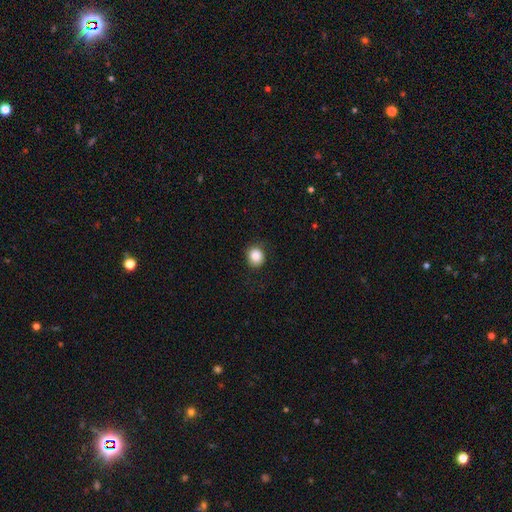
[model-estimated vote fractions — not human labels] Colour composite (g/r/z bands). It shows a smooth galaxy with no disk features (87%) that is round (80%). Merging: none (82%).